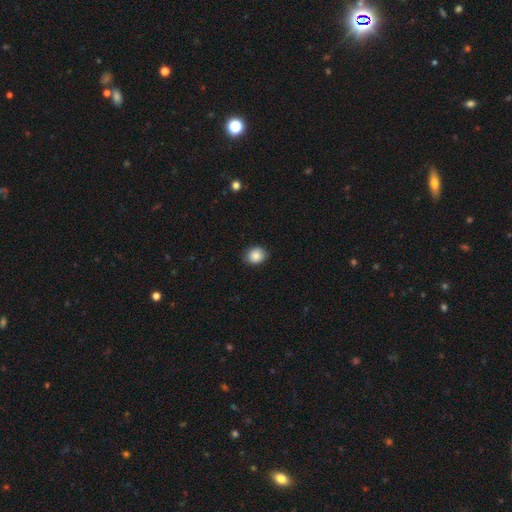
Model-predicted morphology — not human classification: smooth_or_featured: smooth (p=0.87) [alt: star or artifact p=0.09]
how_rounded: round (p=0.63) [alt: in between p=0.36]
merging: none (p=0.87) [alt: minor disturbance p=0.10]